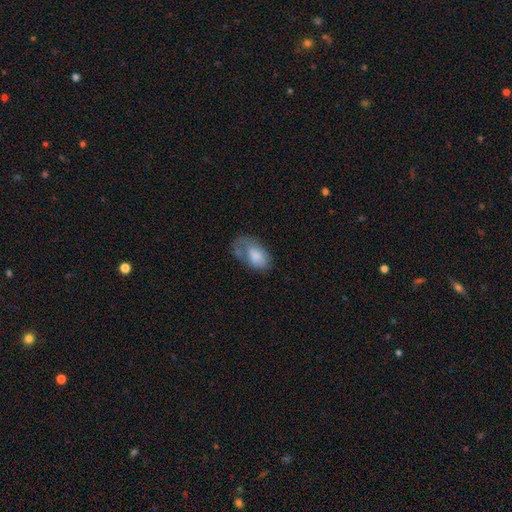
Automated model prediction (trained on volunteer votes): Smooth or featured: smooth — 69% (featured or disk — 25%)
How rounded: in between — 92% (round — 6%)
Merging: major disturbance — 36% (none — 30%)